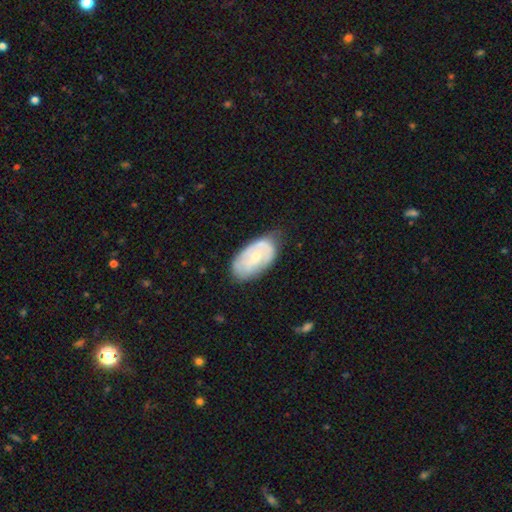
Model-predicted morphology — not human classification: smooth_or_featured: featured or disk (p=0.56) [alt: smooth p=0.38]
disk_edge_on: no (p=0.95) [alt: yes p=0.05]
bar: no (p=0.64) [alt: weak p=0.31]
has_spiral_arms: yes (p=0.69) [alt: no p=0.31]
bulge_size: small (p=0.50) [alt: moderate p=0.40]
merging: none (p=0.64) [alt: minor disturbance p=0.27]